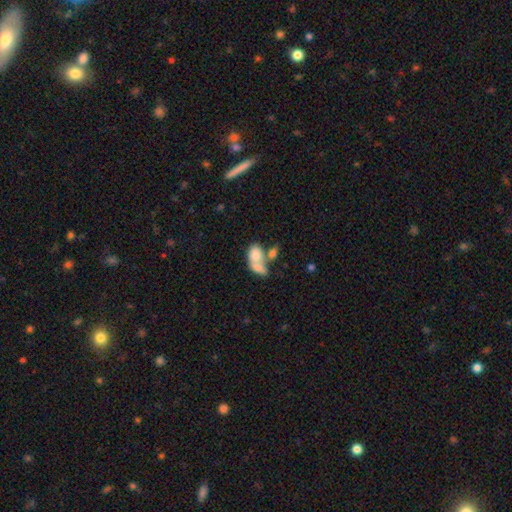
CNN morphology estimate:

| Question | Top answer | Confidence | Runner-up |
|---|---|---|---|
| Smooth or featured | smooth | 71% | featured or disk (21%) |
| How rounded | in between | 80% | round (17%) |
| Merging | merger | 66% | none (17%) |